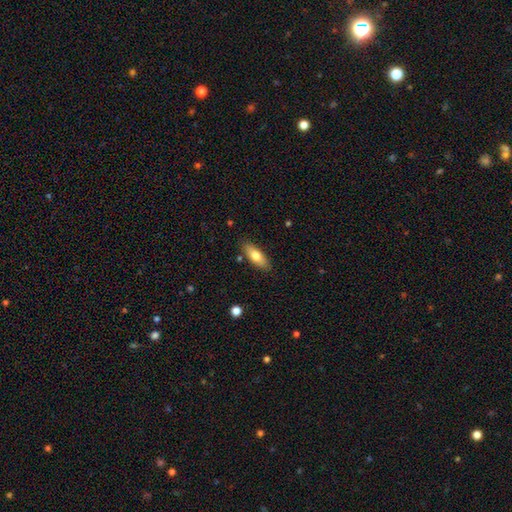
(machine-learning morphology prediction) Overall: smooth (73%). How rounded: in between (72%). Merging: none (85%).